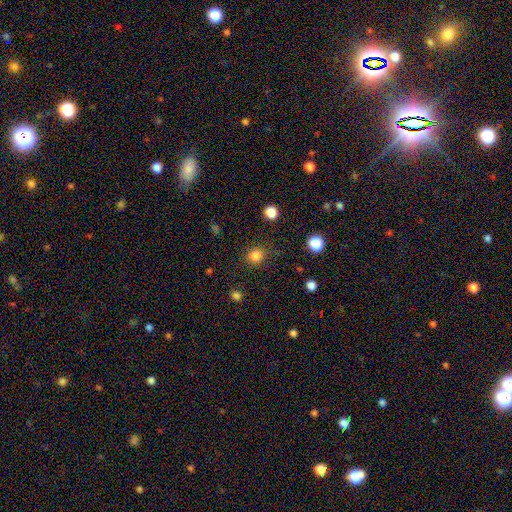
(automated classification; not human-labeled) Q: Smooth or featured?
A: smooth (82%); runner-up: star or artifact (13%)
Q: How rounded?
A: round (87%); runner-up: in between (12%)
Q: Merging?
A: none (84%); runner-up: minor disturbance (10%)